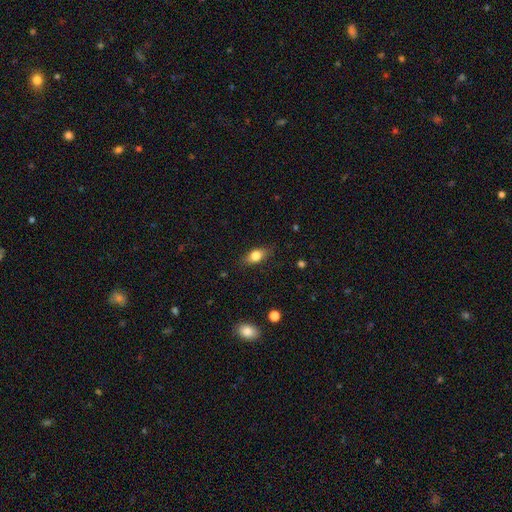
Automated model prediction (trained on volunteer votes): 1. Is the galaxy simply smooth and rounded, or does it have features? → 78% smooth, 14% featured or disk, 8% star or artifact.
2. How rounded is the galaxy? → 80% in between, 12% round, 8% cigar-shaped.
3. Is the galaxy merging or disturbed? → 82% none, 14% minor disturbance, 3% major disturbance, 1% merger.